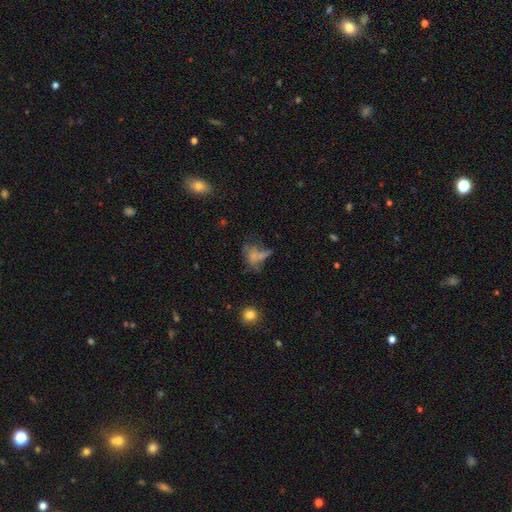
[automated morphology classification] smooth-or-featured: smooth: 53% | featured or disk: 28% | star or artifact: 19%
  how-rounded: in between: 68% | round: 24% | cigar-shaped: 8%
  merging: major disturbance: 33% | none: 32% | minor disturbance: 18% | merger: 17%